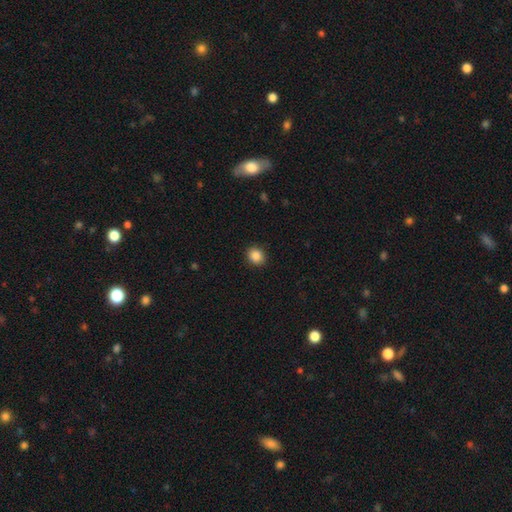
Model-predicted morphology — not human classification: smooth 87%, star or artifact 10%, featured or disk 3%. Down the decision tree: how rounded — round (69%); merging — none (89%).